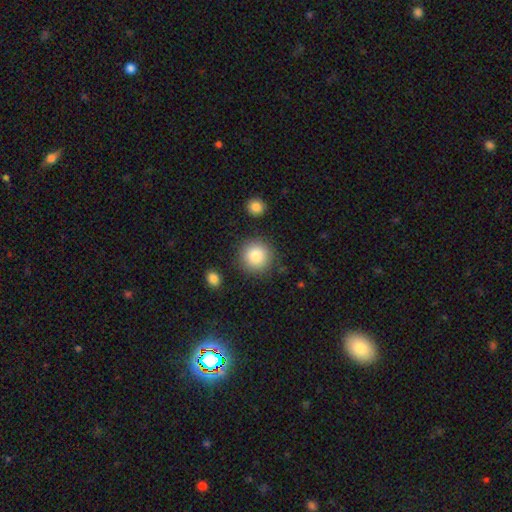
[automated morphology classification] This appears to be a smooth galaxy with no disk features (84%) that is round (94%). Merging: none (86%).